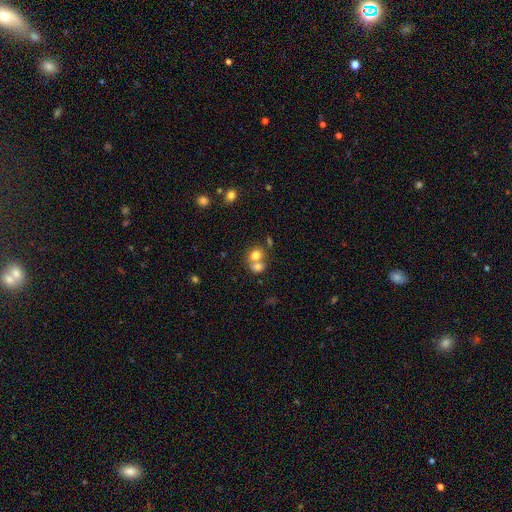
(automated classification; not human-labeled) Smooth or featured? Predicted: smooth (p=0.75). How rounded? Predicted: round (p=0.66). Merging? Predicted: merger (p=0.58).